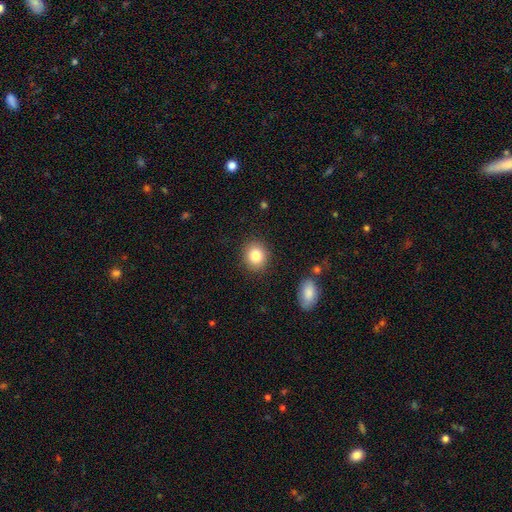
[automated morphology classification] type=smooth (83%); roundness=round (75%); merging=none (89%).